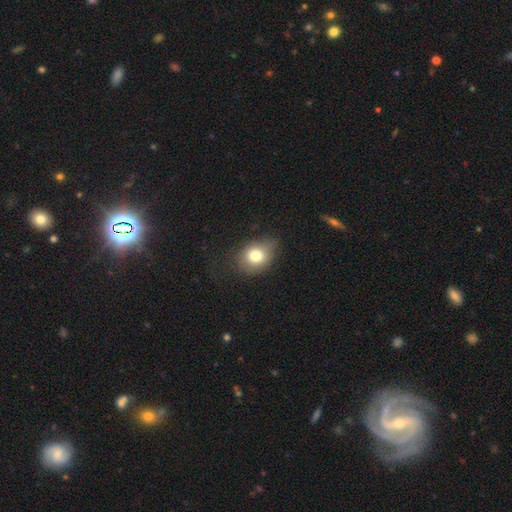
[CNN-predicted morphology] smooth-or-featured: smooth: 77% | featured or disk: 13% | star or artifact: 10%
  how-rounded: round: 50% | in between: 49% | cigar-shaped: 1%
  merging: none: 62% | minor disturbance: 28% | major disturbance: 9% | merger: 2%